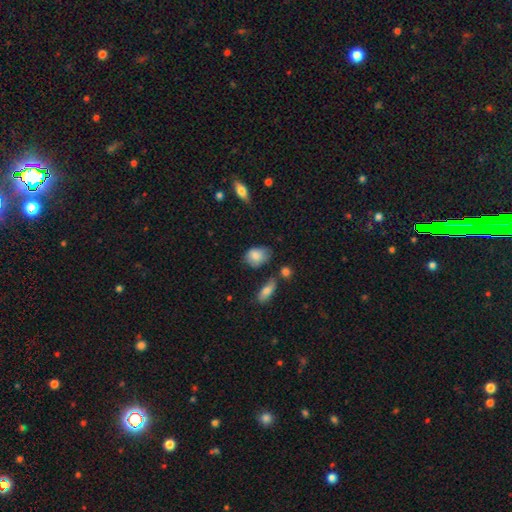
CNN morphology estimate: Smooth or featured? smooth (82%)
How rounded? in between (74%)
Merging? none (51%)